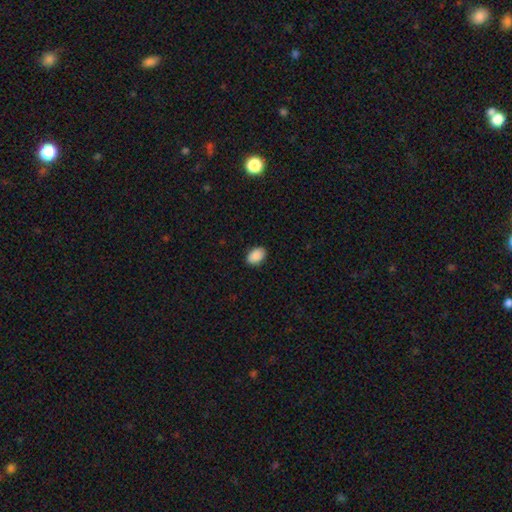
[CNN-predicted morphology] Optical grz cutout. It shows a smooth galaxy with no disk features (90%) that is in between round and cigar-shaped (85%). Merging: none (89%).